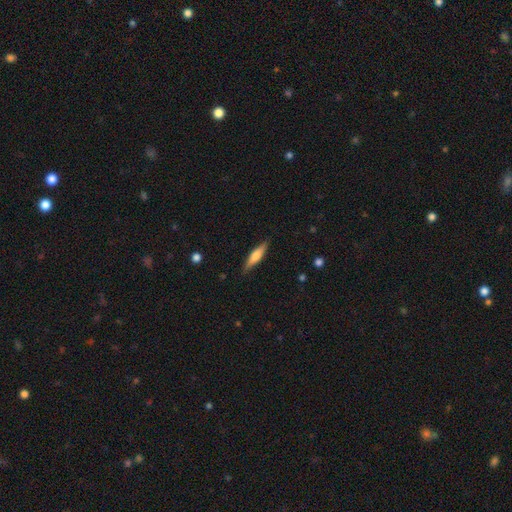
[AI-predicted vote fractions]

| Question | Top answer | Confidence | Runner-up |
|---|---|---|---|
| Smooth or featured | smooth | 50% | featured or disk (44%) |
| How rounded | cigar-shaped | 77% | in between (21%) |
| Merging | none | 87% | minor disturbance (10%) |